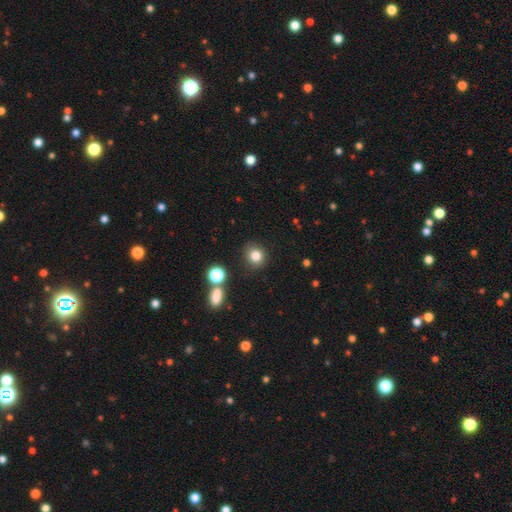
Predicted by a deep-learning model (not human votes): Smooth or featured?
  - smooth: 80% *
  - star or artifact: 13%
  - featured or disk: 7%
How rounded?
  - round: 82% *
  - in between: 17%
  - cigar-shaped: 1%
Merging?
  - none: 84% *
  - minor disturbance: 9%
  - merger: 4%
  - major disturbance: 3%